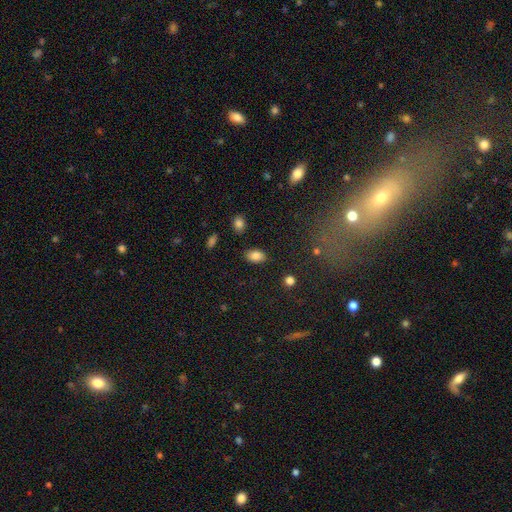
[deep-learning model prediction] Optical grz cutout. It shows a smooth galaxy with no disk features (84%) that is in between round and cigar-shaped (88%). Merging: none (84%).